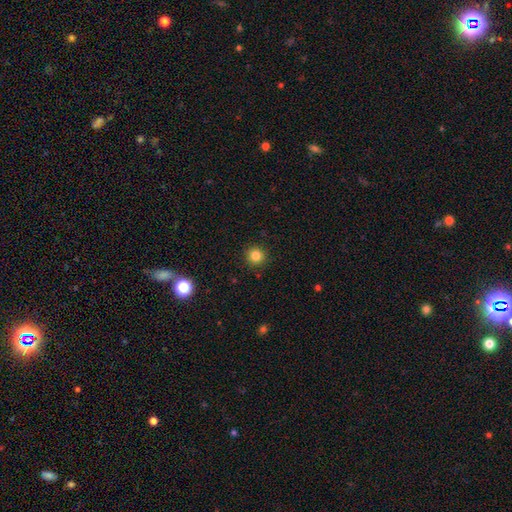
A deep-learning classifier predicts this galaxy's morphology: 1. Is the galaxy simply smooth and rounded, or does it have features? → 83% smooth, 12% star or artifact, 5% featured or disk.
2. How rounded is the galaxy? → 94% round, 5% in between, 1% cigar-shaped.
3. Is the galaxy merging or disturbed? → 92% none, 5% minor disturbance, 2% major disturbance, 1% merger.